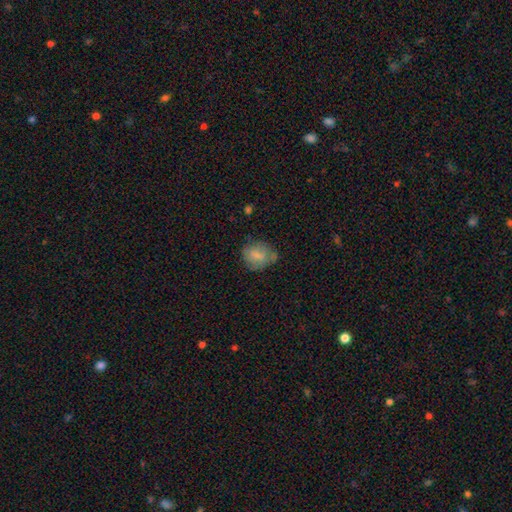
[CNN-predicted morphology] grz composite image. It shows a smooth galaxy with no disk features (76%) that is round (54%). Merging: none (56%).